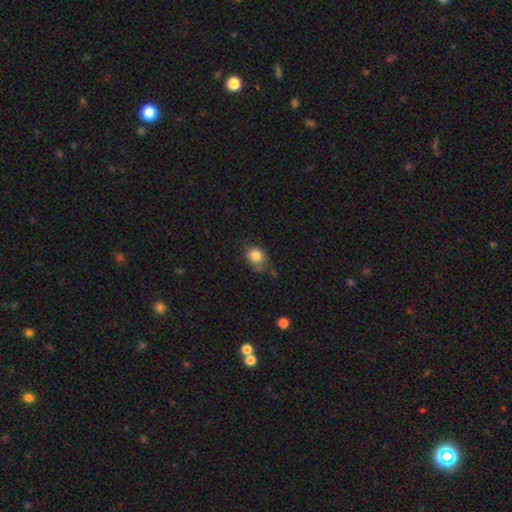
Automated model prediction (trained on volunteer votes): This appears to be a smooth galaxy with no disk features (82%) that is round (62%). Merging: none (54%).